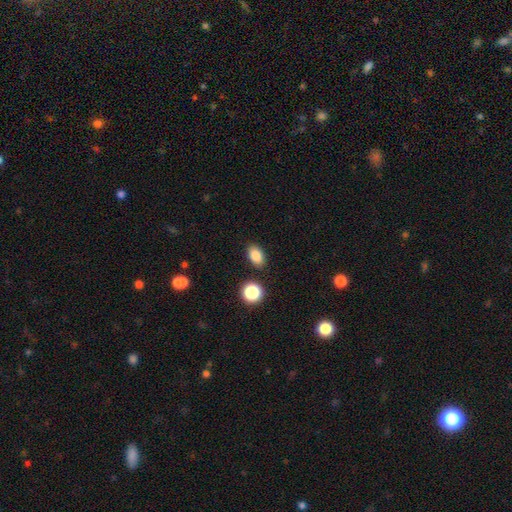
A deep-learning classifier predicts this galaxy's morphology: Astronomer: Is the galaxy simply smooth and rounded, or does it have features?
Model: smooth — 85%.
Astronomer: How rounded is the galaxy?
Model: in between — 84%.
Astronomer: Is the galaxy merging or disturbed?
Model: none — 86%.